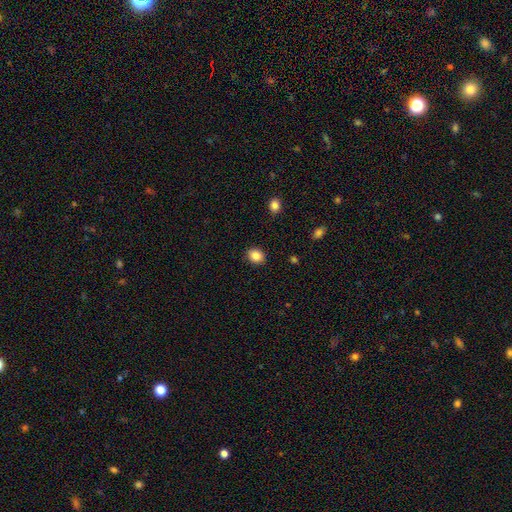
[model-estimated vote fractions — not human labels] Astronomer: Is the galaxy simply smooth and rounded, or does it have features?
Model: smooth — 86%.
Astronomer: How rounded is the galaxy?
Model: round — 54% (runner-up: in between, 45%).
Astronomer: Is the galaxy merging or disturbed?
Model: none — 90%.